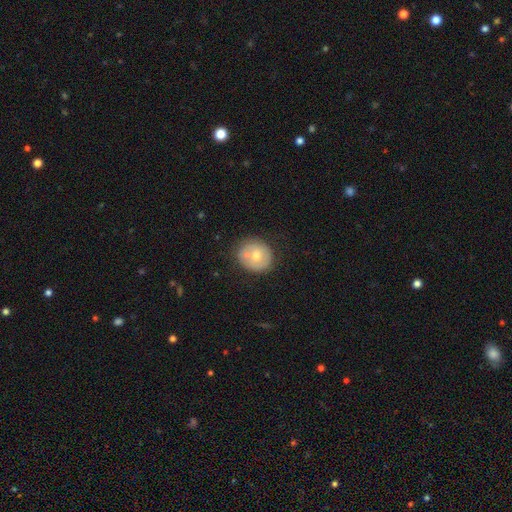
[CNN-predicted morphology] Smooth or featured?
  - smooth: 60% *
  - featured or disk: 33%
  - star or artifact: 7%
How rounded?
  - round: 85% *
  - in between: 14%
  - cigar-shaped: 1%
Merging?
  - none: 64% *
  - minor disturbance: 16%
  - merger: 16%
  - major disturbance: 4%